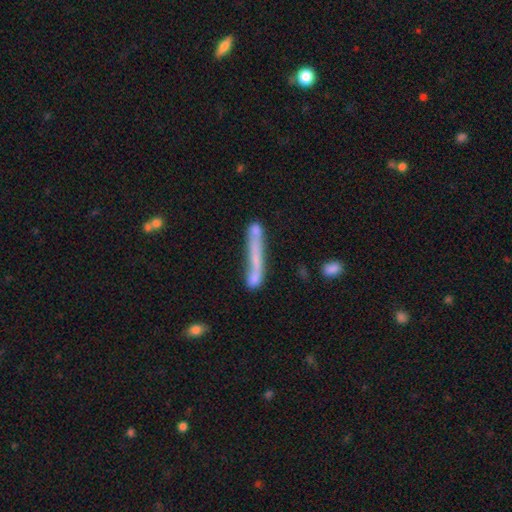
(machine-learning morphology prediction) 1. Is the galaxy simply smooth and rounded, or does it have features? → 52% smooth, 39% featured or disk, 9% star or artifact.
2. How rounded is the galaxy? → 93% cigar-shaped, 5% in between, 2% round.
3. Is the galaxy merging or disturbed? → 44% none, 24% merger, 19% minor disturbance, 12% major disturbance.